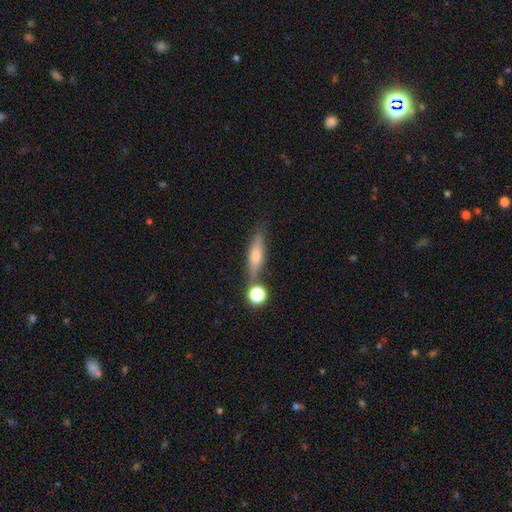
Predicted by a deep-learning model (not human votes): Morphology: type=featured or disk (49%); merging=none (73%).